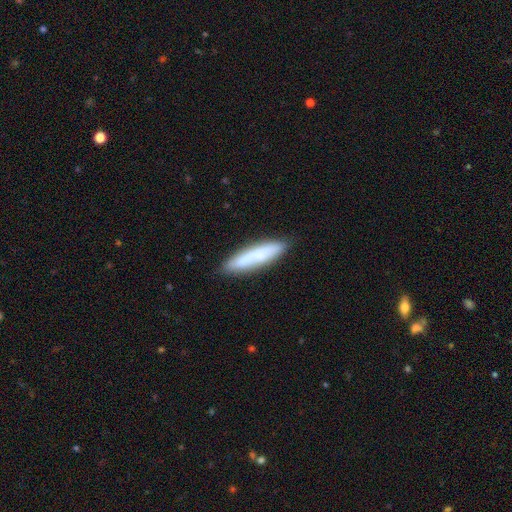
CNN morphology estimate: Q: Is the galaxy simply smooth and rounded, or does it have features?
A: smooth — 67%.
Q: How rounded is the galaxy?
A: cigar-shaped — 79%.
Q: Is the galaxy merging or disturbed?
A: none — 80%.